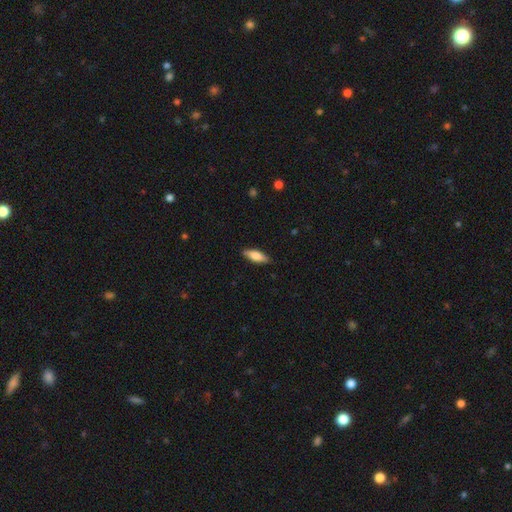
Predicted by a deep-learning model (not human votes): smooth_or_featured: smooth (p=0.74) [alt: featured or disk p=0.20]
how_rounded: in between (p=0.61) [alt: cigar-shaped p=0.37]
merging: none (p=0.87) [alt: minor disturbance p=0.10]